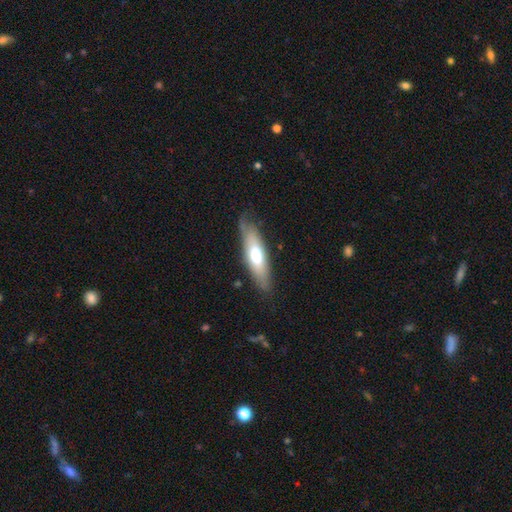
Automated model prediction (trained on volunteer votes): Overall: smooth (57%; featured or disk 38%). How rounded: cigar-shaped (55%; in between 43%). Merging: none (73%).